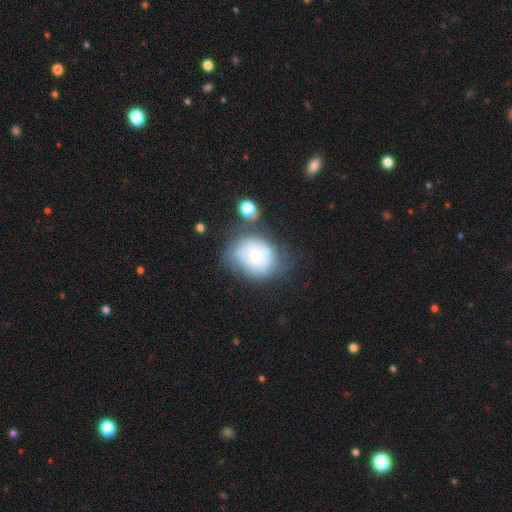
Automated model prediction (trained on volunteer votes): A featured or disk galaxy (57%) with no bar (82%), spiral arms (58%) and a moderate central bulge (55%). Merging: none (46%).